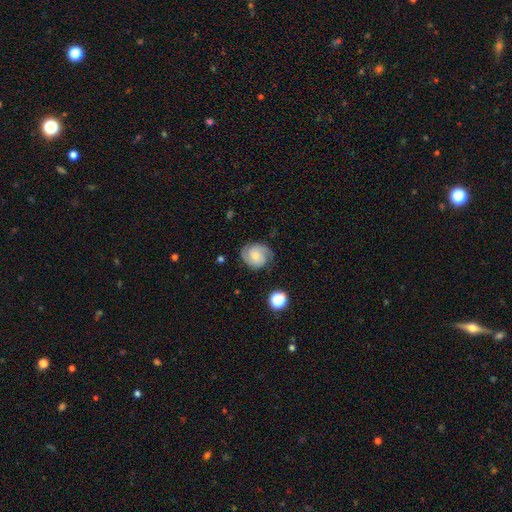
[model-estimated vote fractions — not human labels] Smooth or featured? featured or disk (66%)
Edge-on disk? no (98%)
Bar? no (65%)
Spiral arms? yes (94%)
Spiral winding? tight (49%)
Spiral arm count? 2 (58%)
Bulge size? small (51%)
Merging? none (73%)